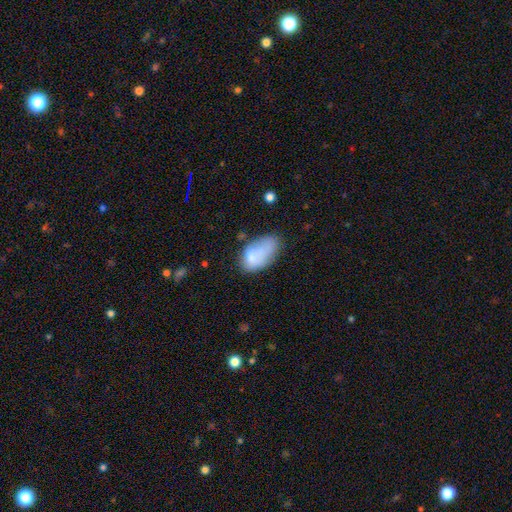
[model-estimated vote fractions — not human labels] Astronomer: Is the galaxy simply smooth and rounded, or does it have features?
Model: smooth — 74%.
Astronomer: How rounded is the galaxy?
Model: in between — 93%.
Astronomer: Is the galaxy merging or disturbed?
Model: none — 37% (runner-up: minor disturbance, 32%).